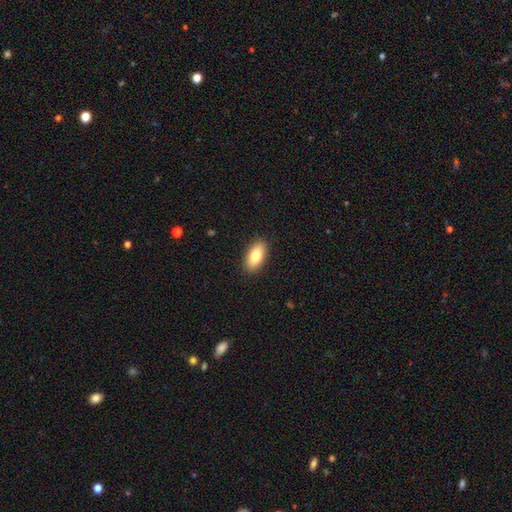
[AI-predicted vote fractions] smooth_or_featured: smooth (p=0.81) [alt: featured or disk p=0.12]
how_rounded: in between (p=0.90) [alt: cigar-shaped p=0.07]
merging: none (p=0.89) [alt: minor disturbance p=0.08]